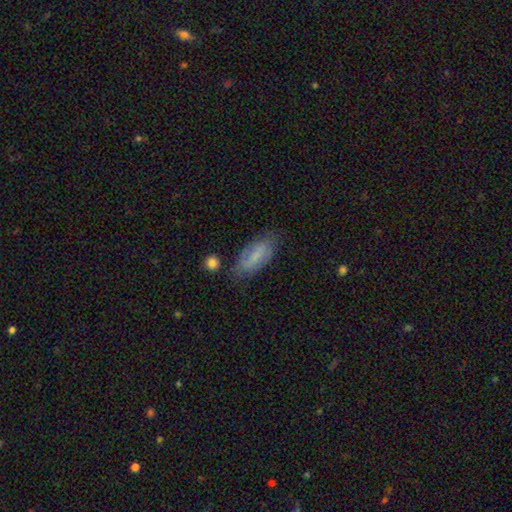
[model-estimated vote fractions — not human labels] Q: Smooth or featured?
A: smooth (64%); runner-up: featured or disk (28%)
Q: How rounded?
A: in between (80%); runner-up: cigar-shaped (18%)
Q: Merging?
A: none (72%); runner-up: minor disturbance (20%)